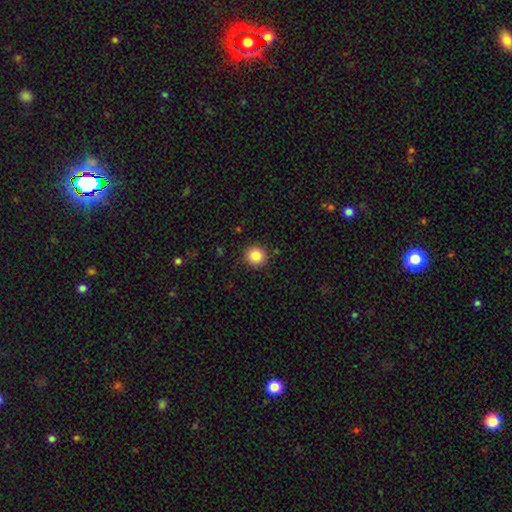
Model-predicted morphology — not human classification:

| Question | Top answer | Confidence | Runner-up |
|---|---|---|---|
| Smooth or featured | smooth | 85% | star or artifact (10%) |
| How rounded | round | 93% | in between (6%) |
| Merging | none | 90% | minor disturbance (7%) |